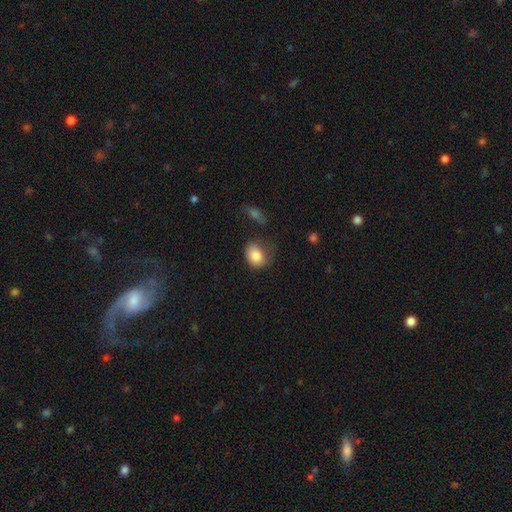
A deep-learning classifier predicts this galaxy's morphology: Overall: smooth (83%). How rounded: in between (54%; round 45%). Merging: none (47%; minor disturbance 33%).